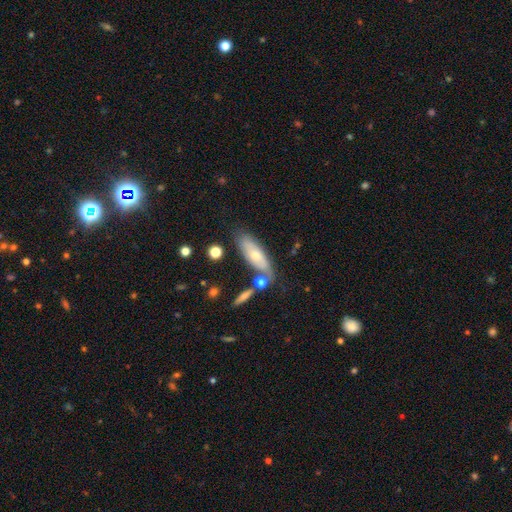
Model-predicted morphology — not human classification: Overall: smooth (50%; featured or disk 43%). Merging: none (61%; minor disturbance 21%).